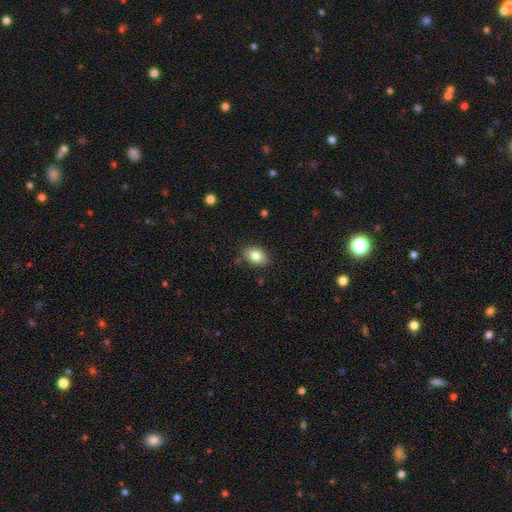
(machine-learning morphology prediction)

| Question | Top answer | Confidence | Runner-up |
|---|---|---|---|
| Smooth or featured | smooth | 84% | featured or disk (8%) |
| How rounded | in between | 85% | round (14%) |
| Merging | none | 84% | minor disturbance (11%) |